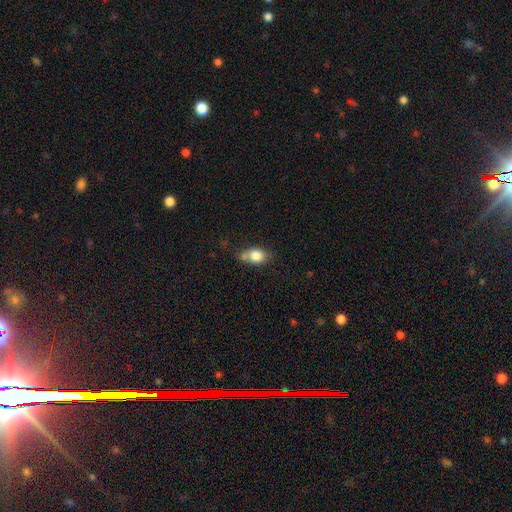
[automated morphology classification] This is clearly a smooth galaxy (81%). How rounded: likely in between (70%). Merging: possibly none (48%).